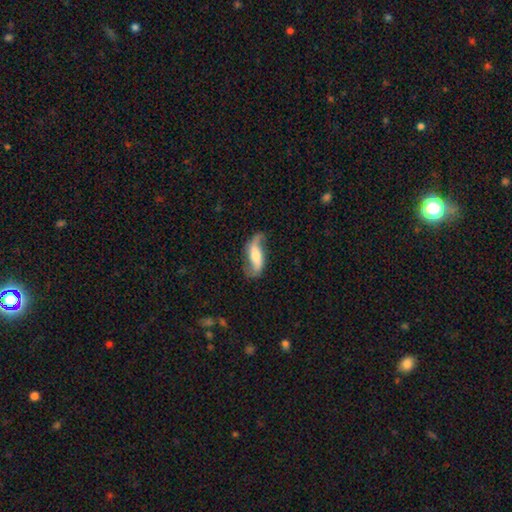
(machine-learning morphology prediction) featured or disk 69%, smooth 25%, star or artifact 6%. Down the decision tree: edge-on disk — no (85%); bar — strong (35%); spiral arms — yes (90%); spiral arm count — 2 (87%); spiral winding — loose (80%); bulge size — moderate (48%); merging — none (62%).